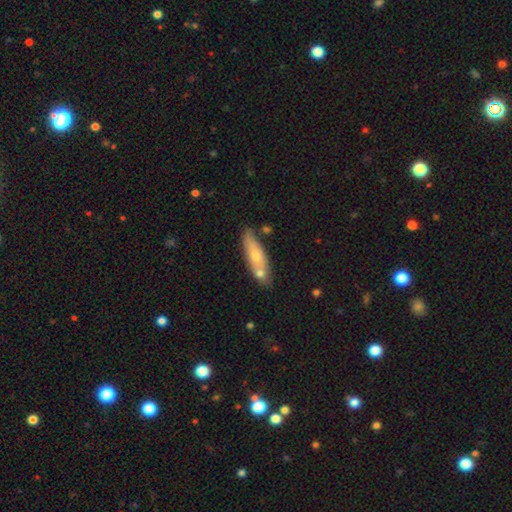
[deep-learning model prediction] A smooth galaxy with no disk features (65%) that is cigar-shaped (60%). Merging: none (64%).